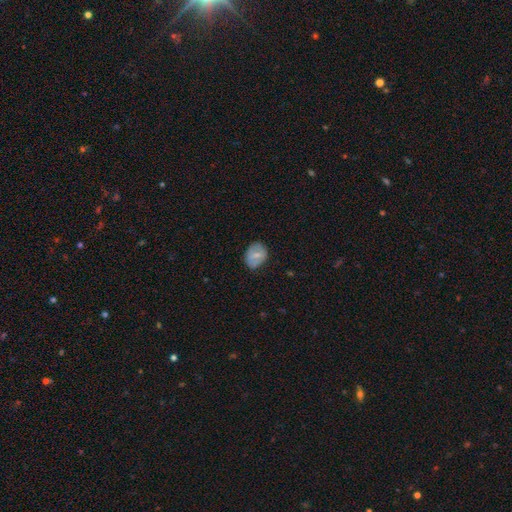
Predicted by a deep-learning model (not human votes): Overall: smooth (57%; featured or disk 35%). How rounded: in between (59%; round 40%). Merging: none (77%).